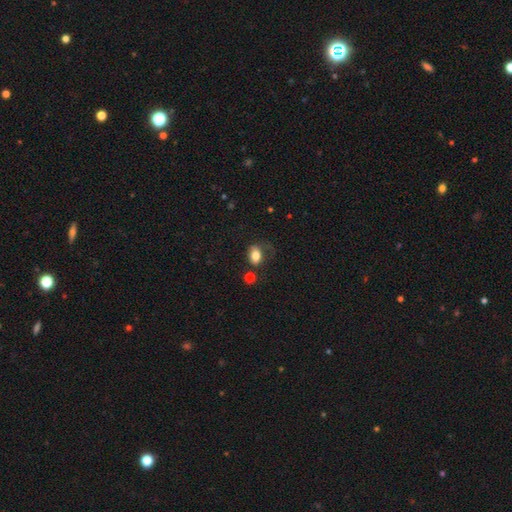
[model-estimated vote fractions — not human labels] The model was most divided on "merging": none: 53%, minor disturbance: 23%, major disturbance: 16%, merger: 8%. More confident: smooth or featured — smooth (79%); how rounded — in between (75%).